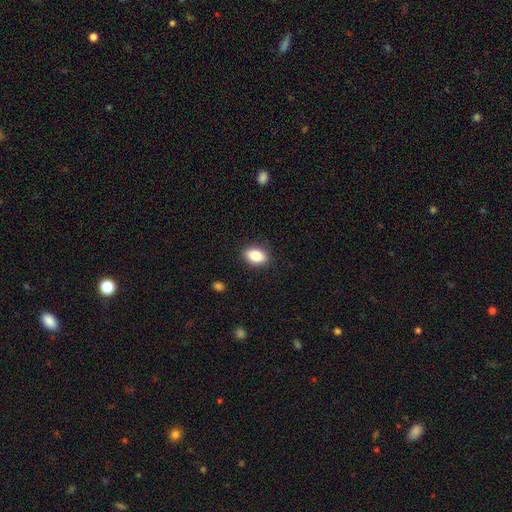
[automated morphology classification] Q: Smooth or featured?
A: smooth (83%); runner-up: featured or disk (9%)
Q: How rounded?
A: in between (83%); runner-up: round (14%)
Q: Merging?
A: none (88%); runner-up: minor disturbance (9%)